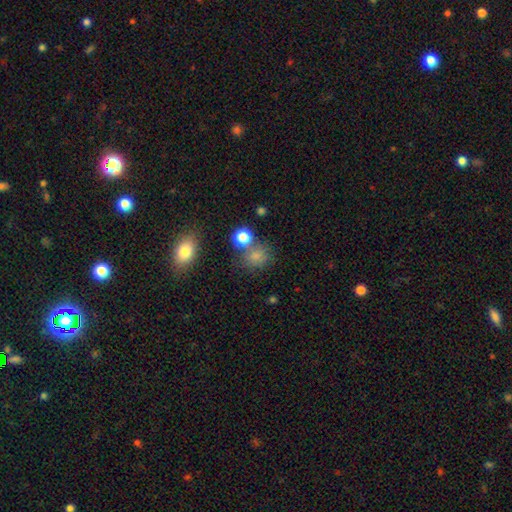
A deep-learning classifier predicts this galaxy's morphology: Q: Smooth or featured?
A: smooth (74%); runner-up: star or artifact (17%)
Q: How rounded?
A: round (69%); runner-up: in between (29%)
Q: Merging?
A: none (56%); runner-up: merger (21%)